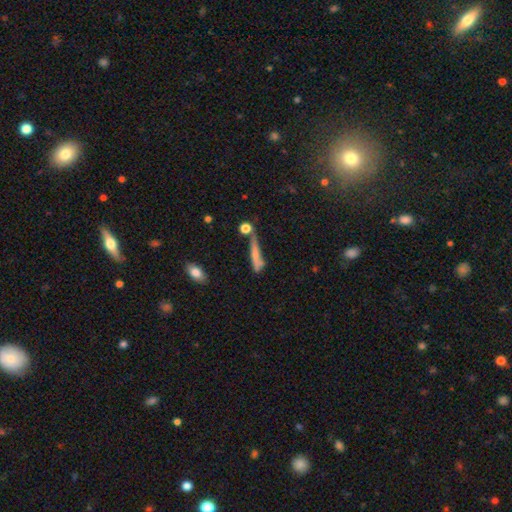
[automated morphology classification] This appears to be a smooth galaxy with no disk features (62%) that is cigar-shaped (85%). Merging: none (44%).